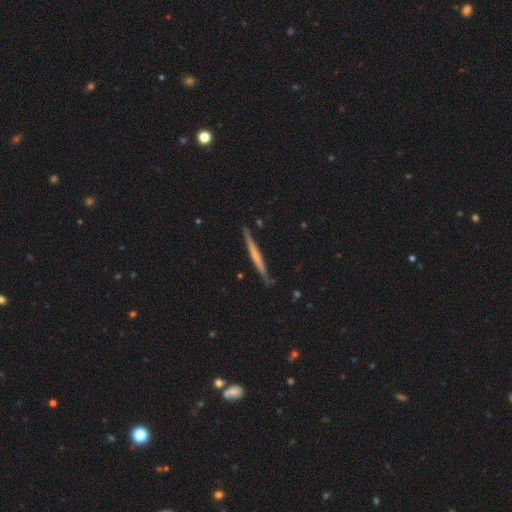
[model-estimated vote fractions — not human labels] smooth-or-featured: featured or disk: 55% | smooth: 40% | star or artifact: 5%
  disk-edge-on: yes: 97% | no: 3%
    edge-on-bulge: none: 70% | rounded: 21% | boxy: 9%
  merging: none: 87% | minor disturbance: 10% | major disturbance: 2% | merger: 2%